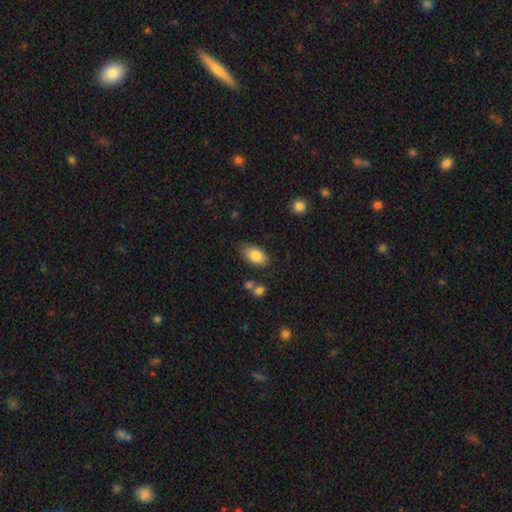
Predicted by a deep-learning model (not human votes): A smooth galaxy with no disk features (84%) that is in between round and cigar-shaped (92%). Merging: none (78%).